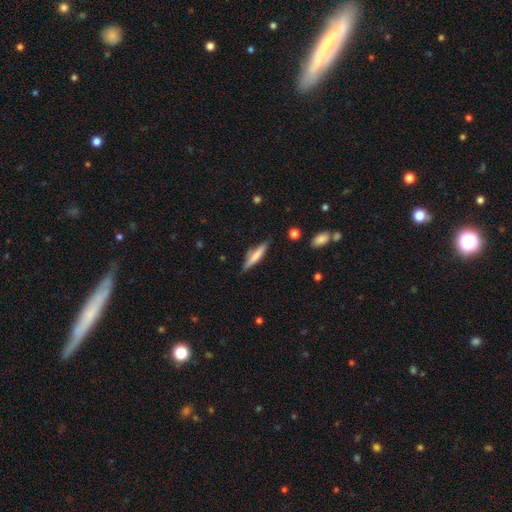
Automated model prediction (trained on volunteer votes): A smooth galaxy with no disk features (66%) that is cigar-shaped (84%).

Vote fractions:
- Smooth or featured? smooth: 66% / featured or disk: 28% / star or artifact: 6%
- How rounded? cigar-shaped: 84% / in between: 14% / round: 1%
- Merging? none: 79% / minor disturbance: 16% / major disturbance: 3% / merger: 2%